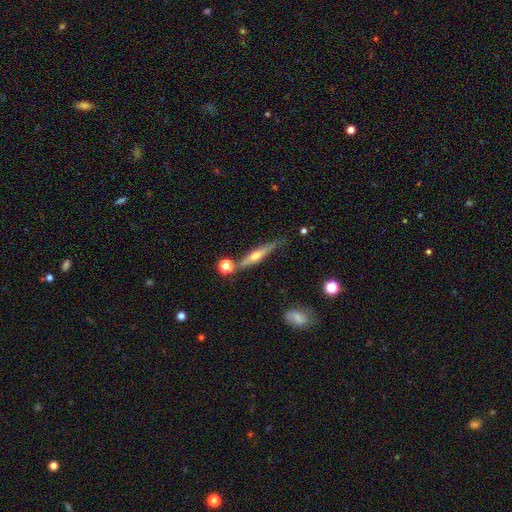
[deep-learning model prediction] Overall: featured or disk (65%; smooth 28%). Edge-on disk: yes (94%). Edge-on bulge: rounded (88%). Merging: none (74%).